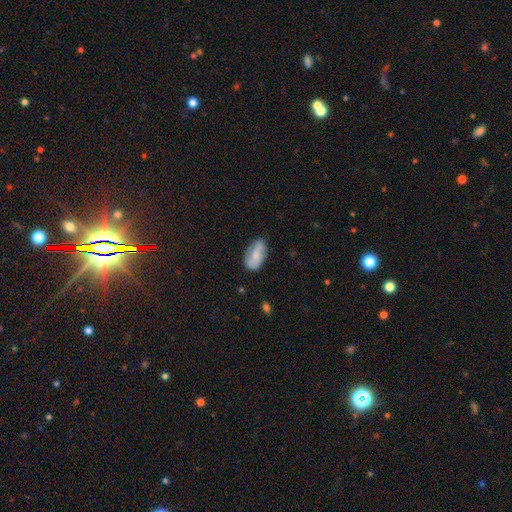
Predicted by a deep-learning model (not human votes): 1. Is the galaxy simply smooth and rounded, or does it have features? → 75% smooth, 18% featured or disk, 7% star or artifact.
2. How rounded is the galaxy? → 92% in between, 4% round, 4% cigar-shaped.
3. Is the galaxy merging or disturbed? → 70% none, 23% minor disturbance, 5% major disturbance, 2% merger.